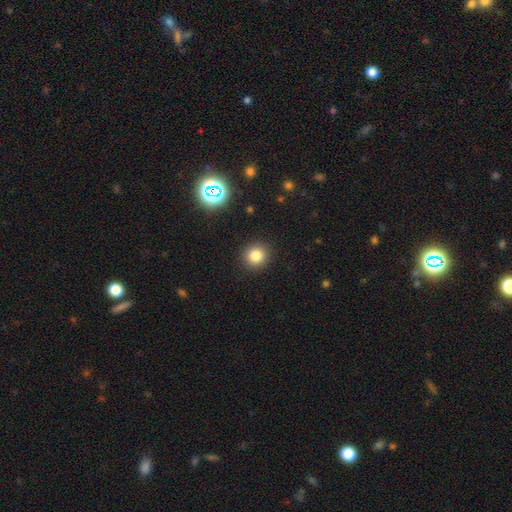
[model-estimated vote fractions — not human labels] Smooth or featured: smooth — 81% (star or artifact — 13%)
How rounded: round — 89% (in between — 10%)
Merging: none — 91% (minor disturbance — 6%)